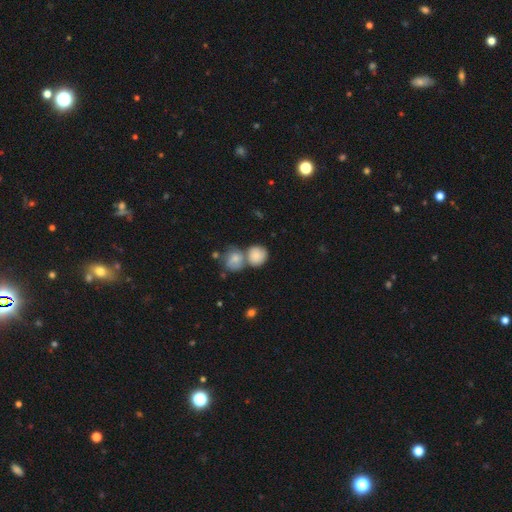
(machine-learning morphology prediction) Q: Smooth or featured?
A: smooth (75%); runner-up: featured or disk (18%)
Q: How rounded?
A: round (75%); runner-up: in between (24%)
Q: Merging?
A: merger (54%); runner-up: none (30%)